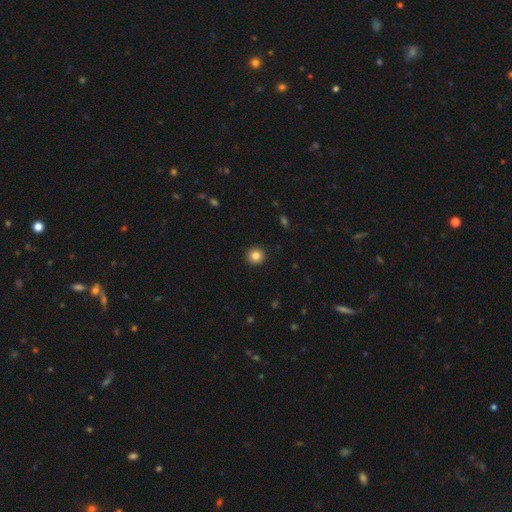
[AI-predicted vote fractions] smooth 84%, star or artifact 10%, featured or disk 6%. Down the decision tree: how rounded — round (93%); merging — none (93%).